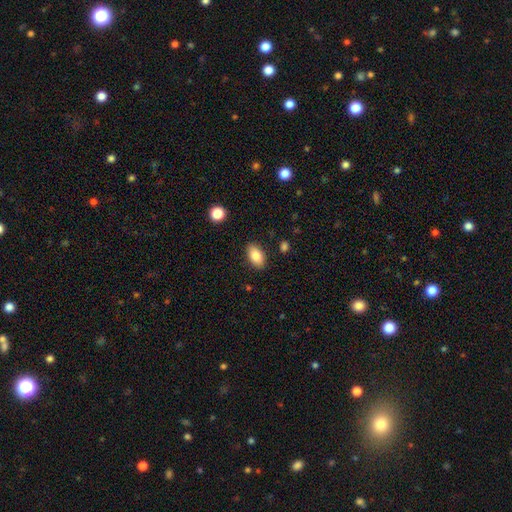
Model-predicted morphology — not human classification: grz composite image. It shows a smooth galaxy with no disk features (84%) that is in between round and cigar-shaped (91%). Merging: none (86%).